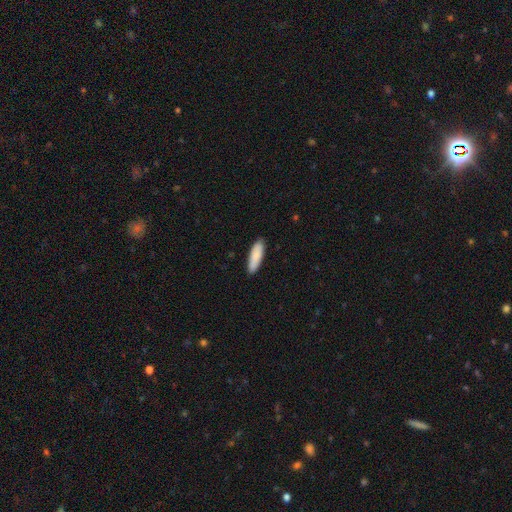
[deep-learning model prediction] A smooth galaxy with no disk features (89%) that is cigar-shaped (53%).

Vote fractions:
- Smooth or featured? smooth: 89% / featured or disk: 6% / star or artifact: 5%
- How rounded? cigar-shaped: 53% / in between: 46% / round: 1%
- Merging? none: 88% / minor disturbance: 9% / major disturbance: 2% / merger: 1%